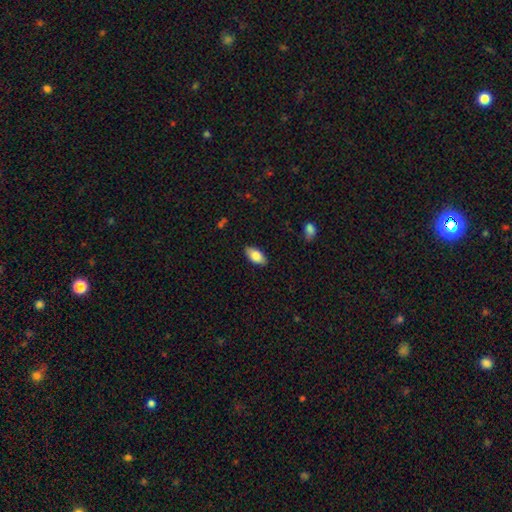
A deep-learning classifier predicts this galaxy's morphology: This is likely a smooth galaxy (80%). How rounded: clearly in between (91%). Merging: clearly none (86%).